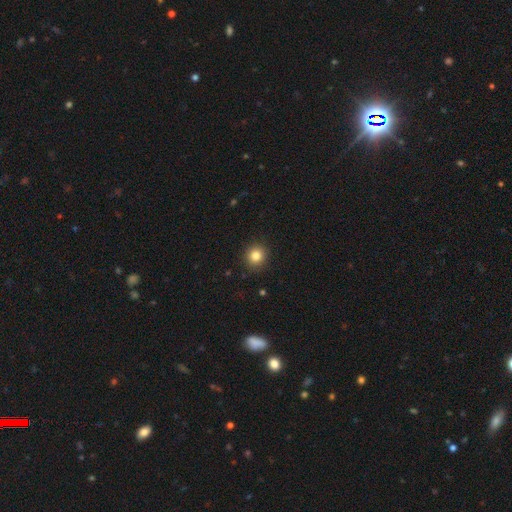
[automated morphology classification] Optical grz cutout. It shows a smooth galaxy with no disk features (82%) that is round (92%). Merging: none (92%).